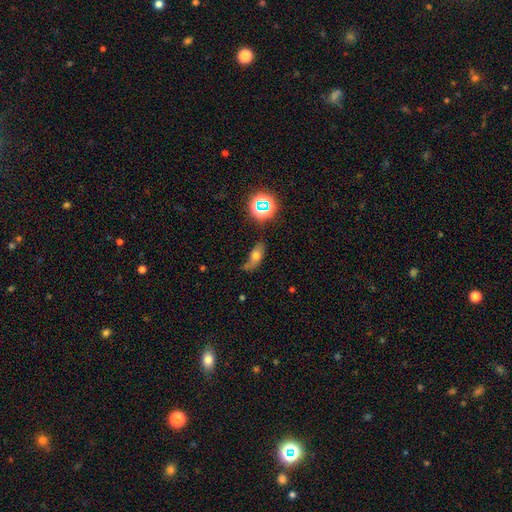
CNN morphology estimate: Smooth or featured?
  - smooth: 62% *
  - featured or disk: 21%
  - star or artifact: 16%
How rounded?
  - in between: 75% *
  - cigar-shaped: 16%
  - round: 9%
Merging?
  - none: 47% *
  - minor disturbance: 31%
  - major disturbance: 14%
  - merger: 8%